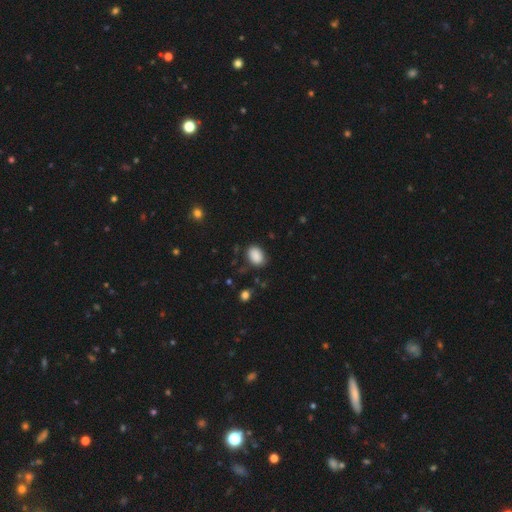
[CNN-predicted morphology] Smooth or featured? smooth (88%)
How rounded? in between (74%)
Merging? none (77%)